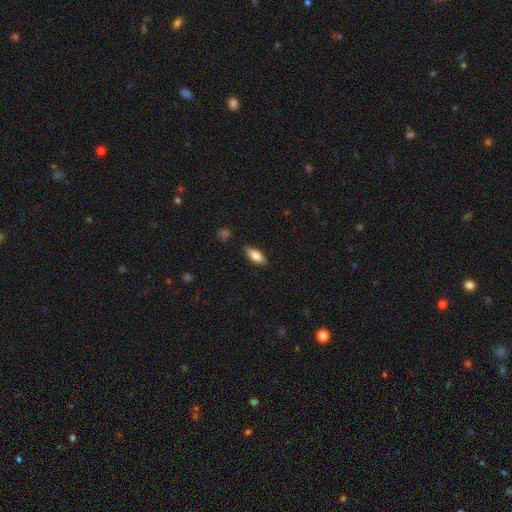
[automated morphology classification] smooth-or-featured: smooth: 78% | featured or disk: 16% | star or artifact: 7%
  how-rounded: in between: 78% | cigar-shaped: 20% | round: 2%
  merging: none: 86% | minor disturbance: 11% | major disturbance: 2% | merger: 1%